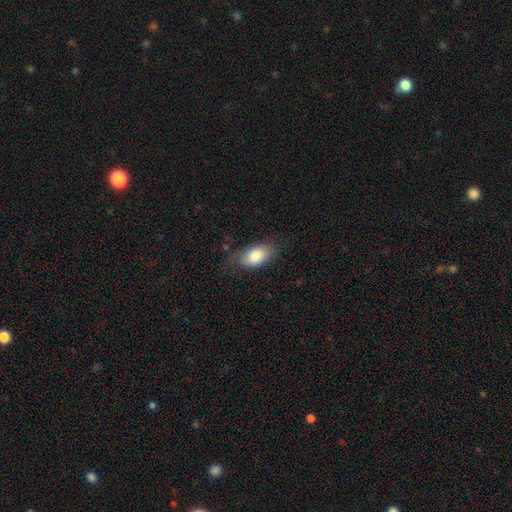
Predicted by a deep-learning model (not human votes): Morphology: type=smooth (80%); roundness=in between (92%); merging=none (68%).